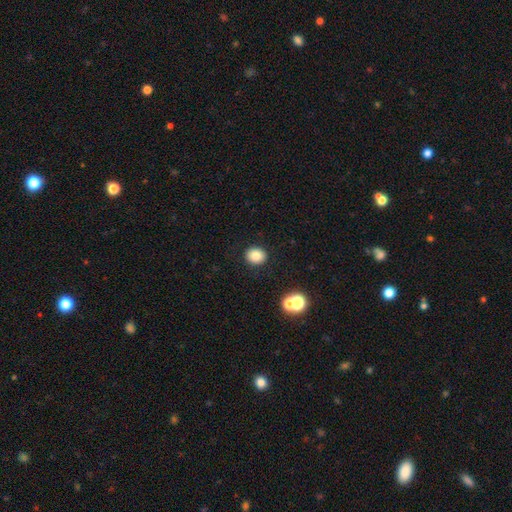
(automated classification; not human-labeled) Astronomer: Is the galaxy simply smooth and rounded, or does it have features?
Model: smooth — 84%.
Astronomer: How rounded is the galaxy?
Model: round — 67%.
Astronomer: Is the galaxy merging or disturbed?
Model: none — 89%.